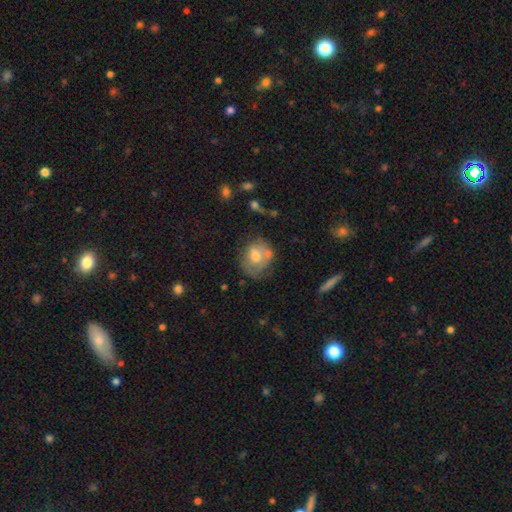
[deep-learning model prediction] Smooth or featured?
  - smooth: 52% *
  - featured or disk: 39%
  - star or artifact: 9%
How rounded?
  - round: 59% *
  - in between: 39%
  - cigar-shaped: 1%
Merging?
  - none: 48% *
  - minor disturbance: 25%
  - merger: 14%
  - major disturbance: 12%